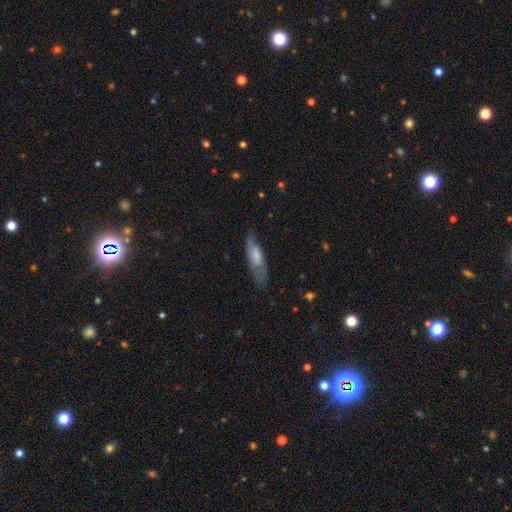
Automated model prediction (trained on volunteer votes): A smooth galaxy with no disk features (53%) that is in between round and cigar-shaped (56%).

Vote fractions:
- Smooth or featured? smooth: 53% / featured or disk: 41% / star or artifact: 6%
- How rounded? in between: 56% / cigar-shaped: 42% / round: 2%
- Merging? none: 62% / minor disturbance: 25% / major disturbance: 11% / merger: 2%